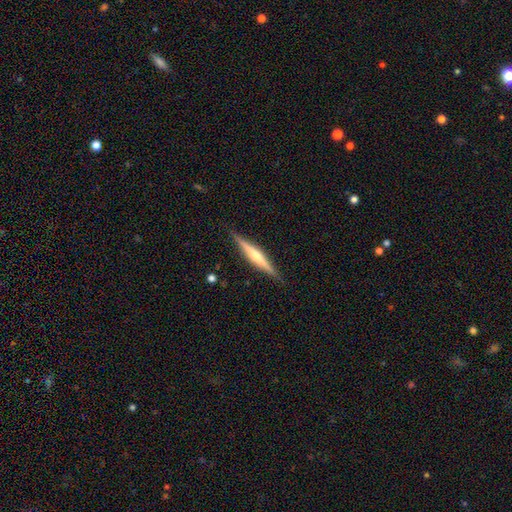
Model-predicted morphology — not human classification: This is likely a featured or disk galaxy (68%). It is clearly viewed edge-on (98%). Edge-on bulge: likely rounded (71%). Merging: clearly none (90%).